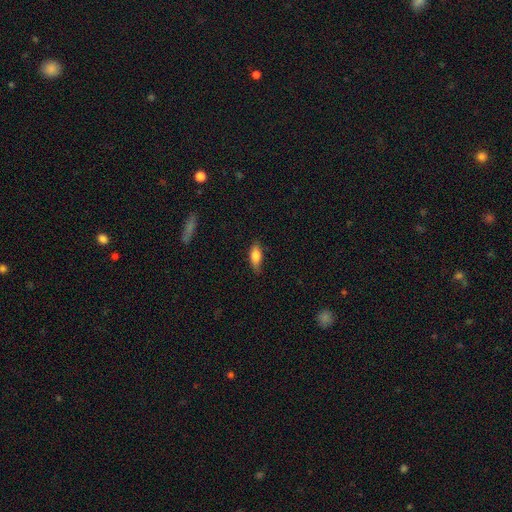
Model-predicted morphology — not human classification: smooth 78%, featured or disk 15%, star or artifact 7%. Down the decision tree: how rounded — in between (75%); merging — none (73%).